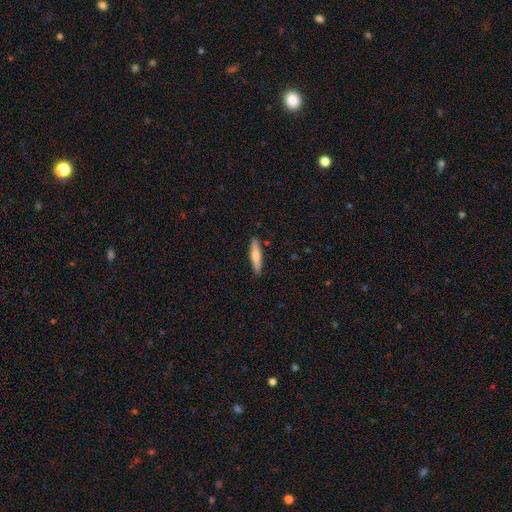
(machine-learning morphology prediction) smooth_or_featured: smooth (p=0.69) [alt: featured or disk p=0.26]
how_rounded: cigar-shaped (p=0.86) [alt: in between p=0.13]
merging: none (p=0.88) [alt: minor disturbance p=0.09]